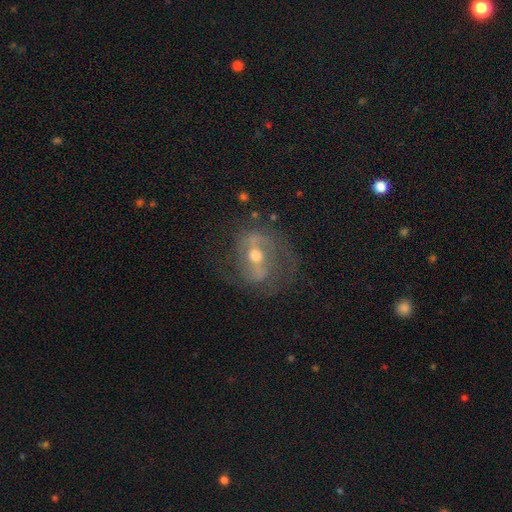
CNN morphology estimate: This appears to be a featured or disk galaxy (76%) with a weak bar (38%), 2 (72%) medium (45%) spiral arms (72%) and a moderate central bulge (72%). Merging: none (60%).